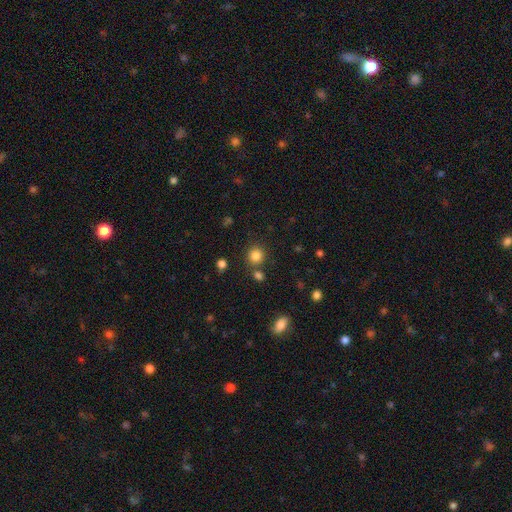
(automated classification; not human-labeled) smooth 83%, star or artifact 12%, featured or disk 5%. Down the decision tree: how rounded — round (88%); merging — none (78%).